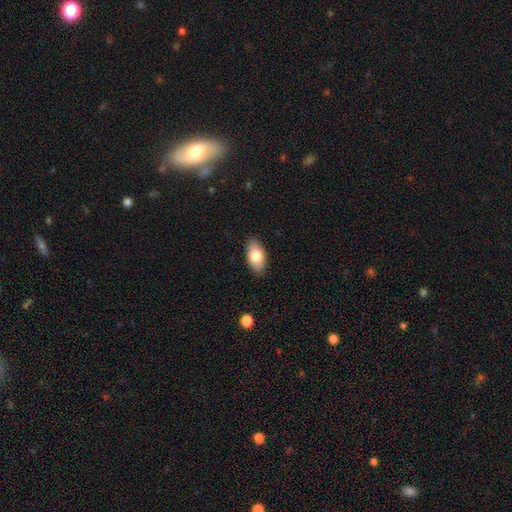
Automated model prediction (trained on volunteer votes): Smooth or featured? smooth (81%)
How rounded? in between (93%)
Merging? none (85%)